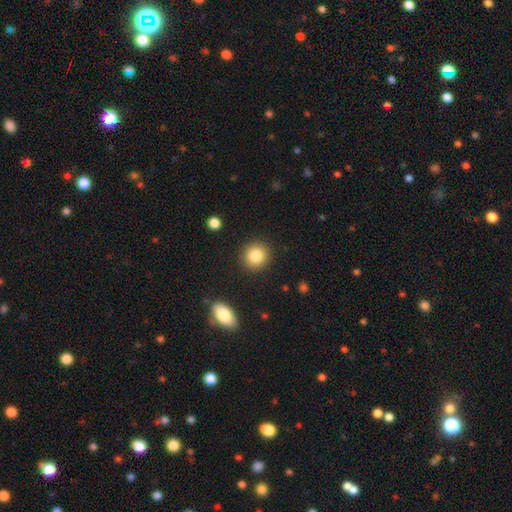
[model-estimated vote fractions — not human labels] The model was most divided on "how rounded": round: 85%, in between: 14%, cigar-shaped: 1%. More confident: merging — none (89%); smooth or featured — smooth (85%).